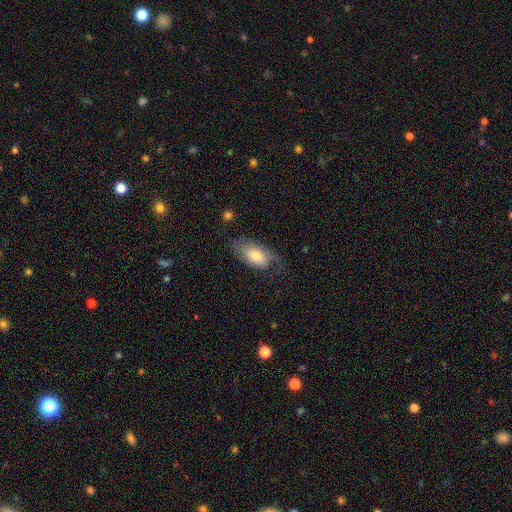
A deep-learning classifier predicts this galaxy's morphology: A smooth galaxy with no disk features (66%) that is in between round and cigar-shaped (93%). Merging: none (54%).